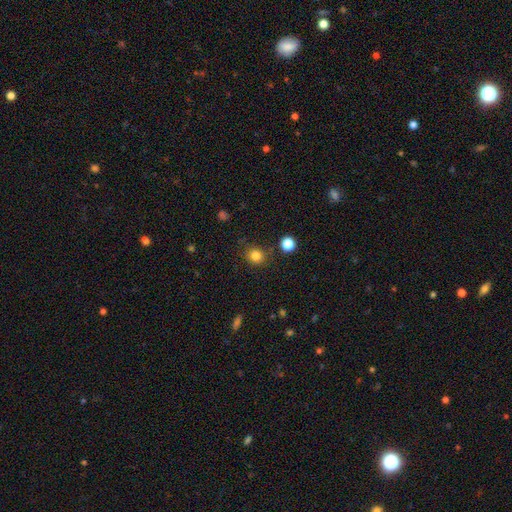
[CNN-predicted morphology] Overall: smooth (82%). How rounded: round (86%). Merging: none (84%).